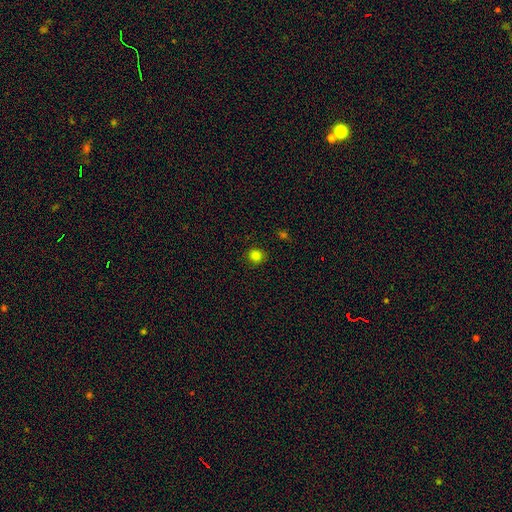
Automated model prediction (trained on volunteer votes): This appears to be a smooth galaxy with no disk features (83%) that is round (88%). Merging: none (89%).